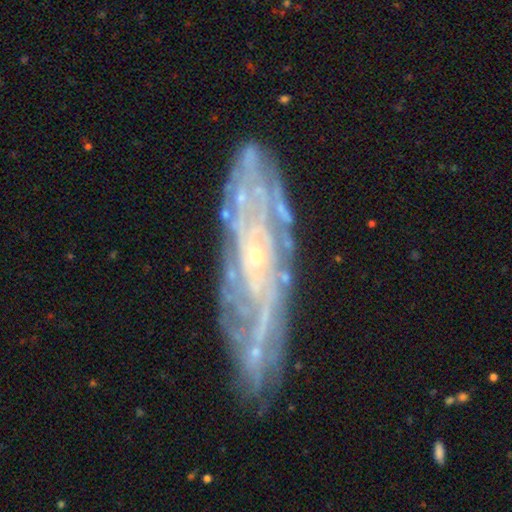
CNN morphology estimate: This is clearly a featured or disk galaxy (81%). It is likely not viewed edge-on (74%). Bar: likely no (66%). Spiral arm pattern: clearly yes (87%). Spiral arm count: possibly can't tell (53%). Spiral winding: likely tight (61%). Central bulge: clearly small (82%). Merging: likely none (79%).